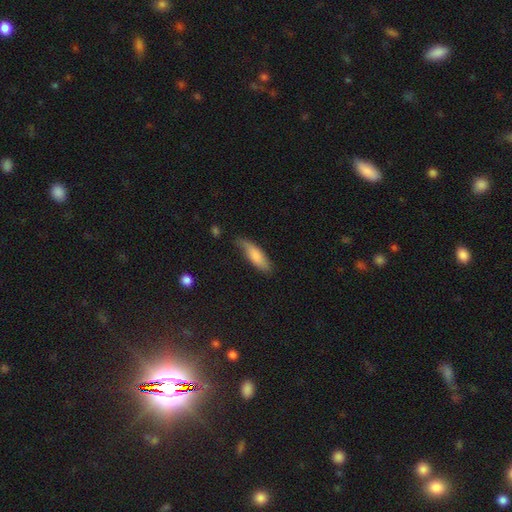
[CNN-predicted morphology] Smooth or featured: smooth — 79% (featured or disk — 15%)
How rounded: cigar-shaped — 50% (in between — 48%)
Merging: none — 61% (minor disturbance — 30%)